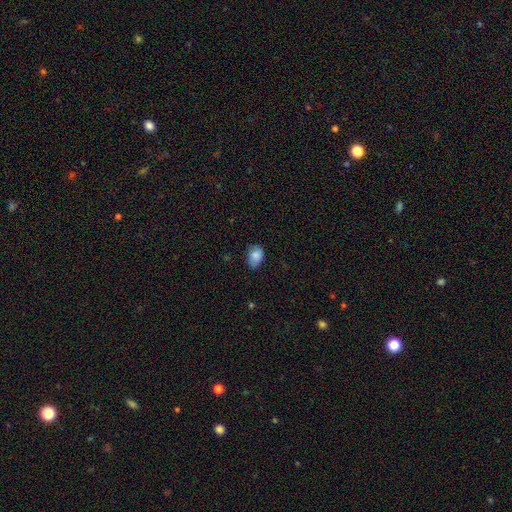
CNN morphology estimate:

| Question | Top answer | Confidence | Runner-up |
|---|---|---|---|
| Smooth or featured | smooth | 81% | featured or disk (11%) |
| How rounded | in between | 79% | round (20%) |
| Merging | none | 63% | minor disturbance (29%) |